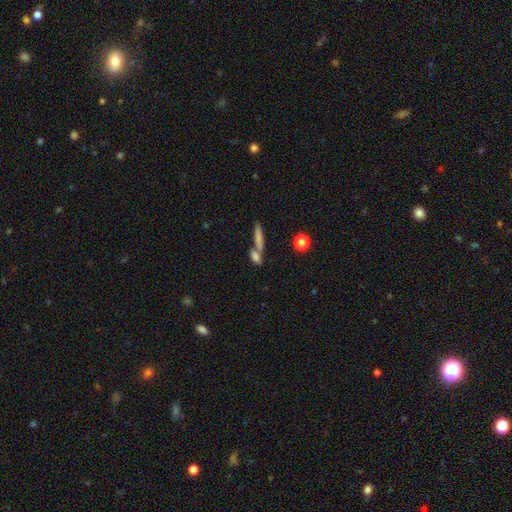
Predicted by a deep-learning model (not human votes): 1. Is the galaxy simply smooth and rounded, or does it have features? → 73% smooth, 17% featured or disk, 11% star or artifact.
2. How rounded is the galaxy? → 50% cigar-shaped, 41% in between, 9% round.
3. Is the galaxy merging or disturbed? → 45% none, 42% merger, 9% minor disturbance, 4% major disturbance.